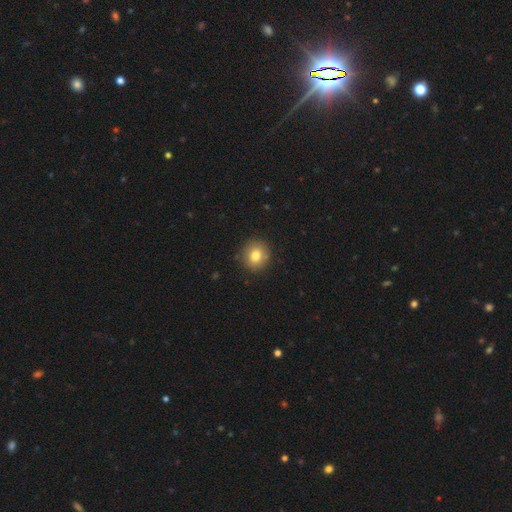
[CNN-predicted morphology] Overall: smooth (79%). How rounded: round (87%). Merging: none (89%).